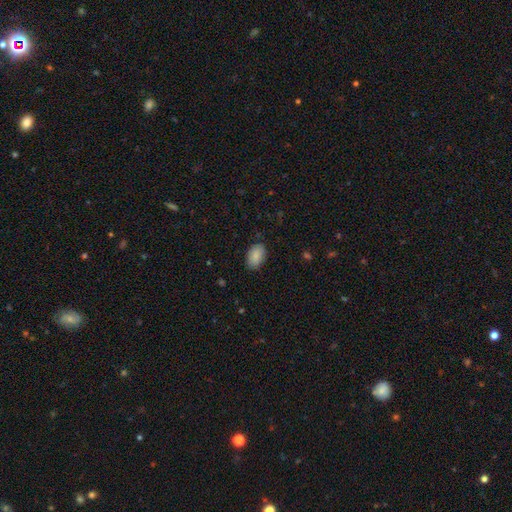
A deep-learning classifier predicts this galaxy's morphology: Q: Smooth or featured?
A: smooth (88%); runner-up: star or artifact (6%)
Q: How rounded?
A: in between (91%); runner-up: round (7%)
Q: Merging?
A: none (83%); runner-up: minor disturbance (13%)